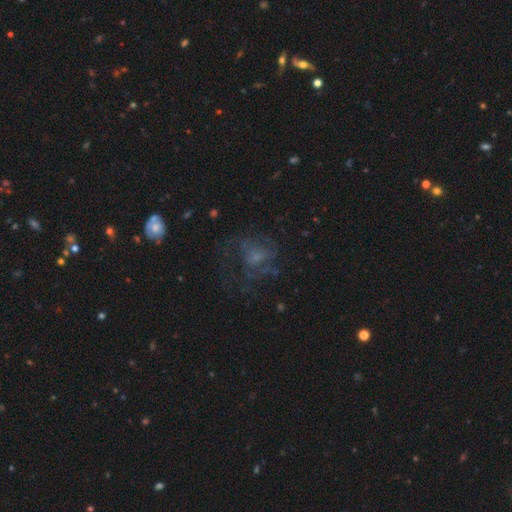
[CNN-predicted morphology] smooth-or-featured: featured or disk: 54% | smooth: 29% | star or artifact: 16%
  disk-edge-on: no: 98% | yes: 2%
    bar: no: 72% | weak: 24% | strong: 4%
    has-spiral-arms: yes: 55% | no: 45%
    bulge-size: small: 43% | none: 30% | moderate: 22% | large: 4% | dominant: 1%
  merging: none: 44% | major disturbance: 36% | minor disturbance: 18% | merger: 3%